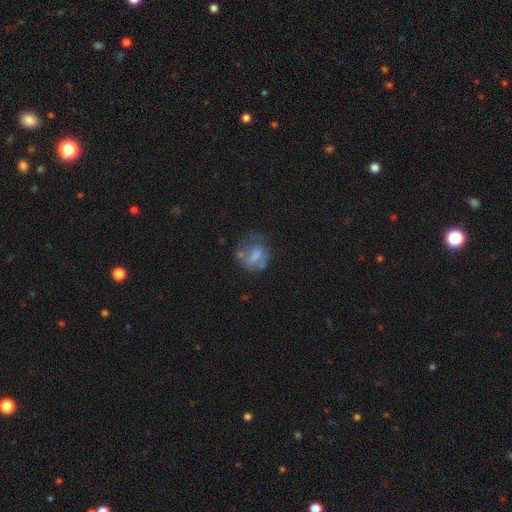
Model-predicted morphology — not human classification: Smooth or featured? Predicted: smooth (p=0.52). How rounded? Predicted: round (p=0.60). Merging? Predicted: none (p=0.41).